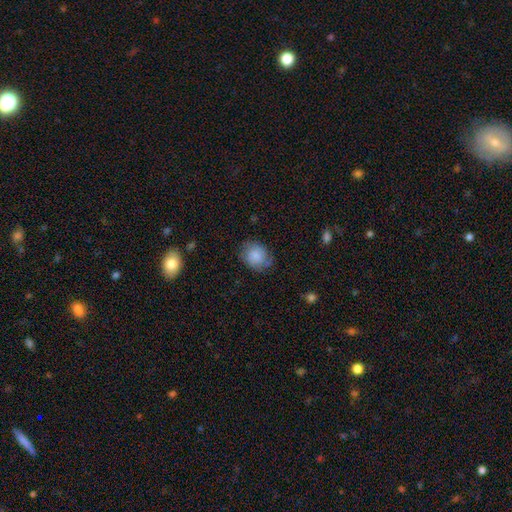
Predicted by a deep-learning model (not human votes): Overall: smooth (78%). How rounded: round (65%; in between 34%). Merging: none (67%).